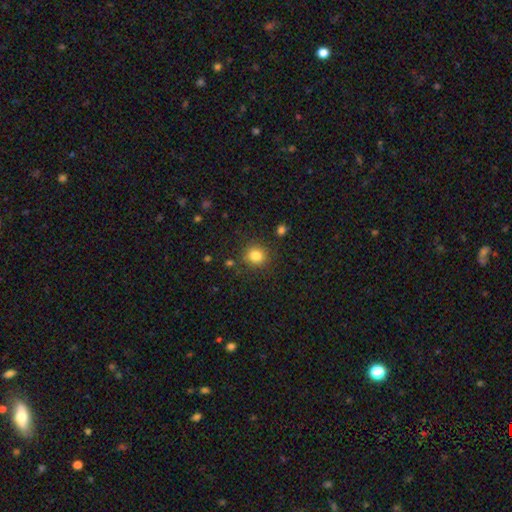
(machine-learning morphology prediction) A smooth galaxy with no disk features (82%) that is round (86%).

Vote fractions:
- Smooth or featured? smooth: 82% / star or artifact: 12% / featured or disk: 6%
- How rounded? round: 86% / in between: 13% / cigar-shaped: 1%
- Merging? none: 85% / minor disturbance: 9% / major disturbance: 3% / merger: 3%